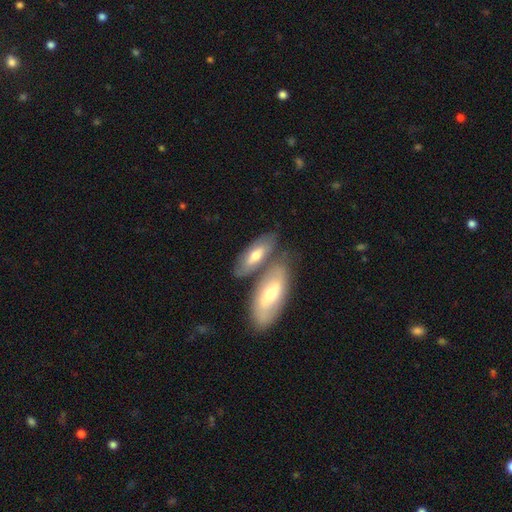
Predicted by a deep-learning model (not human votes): smooth_or_featured: smooth (p=0.57) [alt: featured or disk p=0.38]
how_rounded: in between (p=0.72) [alt: cigar-shaped p=0.26]
merging: none (p=0.50) [alt: merger p=0.33]